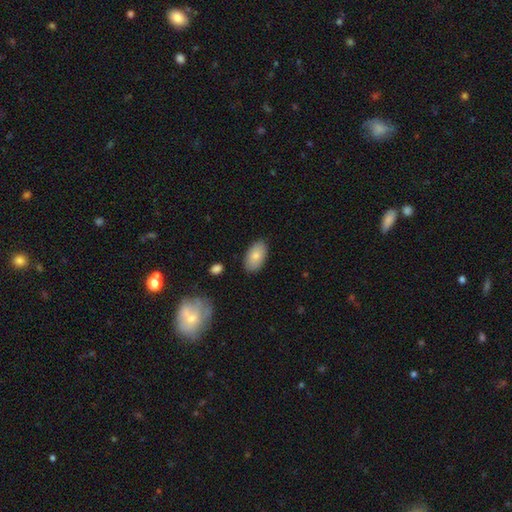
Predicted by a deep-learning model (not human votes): Smooth or featured?
  - smooth: 82% *
  - featured or disk: 12%
  - star or artifact: 6%
How rounded?
  - in between: 94% *
  - round: 4%
  - cigar-shaped: 2%
Merging?
  - none: 86% *
  - minor disturbance: 11%
  - major disturbance: 2%
  - merger: 1%